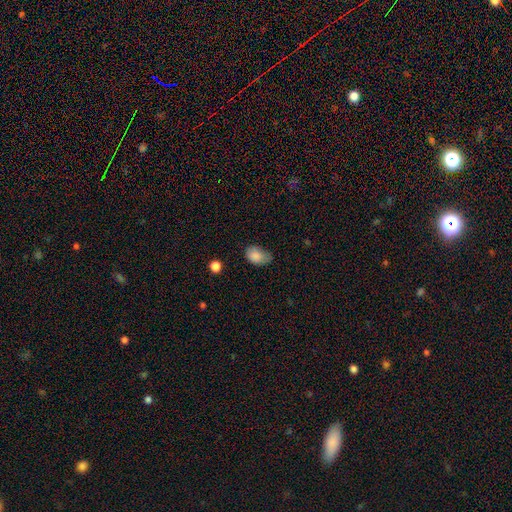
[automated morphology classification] This is clearly a smooth galaxy (84%). How rounded: clearly in between (83%). Merging: marginally none (45%).